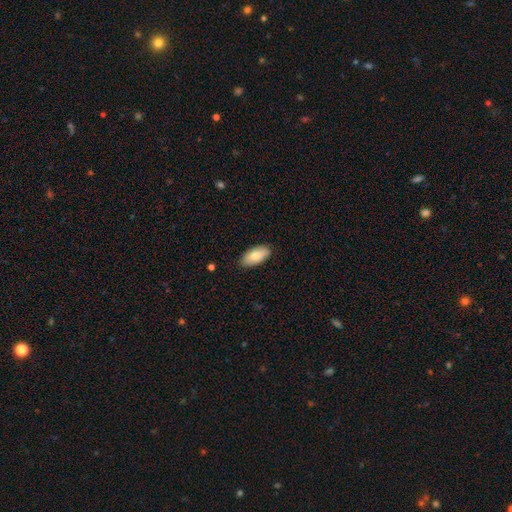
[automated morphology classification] Q: Smooth or featured?
A: smooth (82%); runner-up: featured or disk (12%)
Q: How rounded?
A: in between (92%); runner-up: cigar-shaped (6%)
Q: Merging?
A: none (87%); runner-up: minor disturbance (11%)